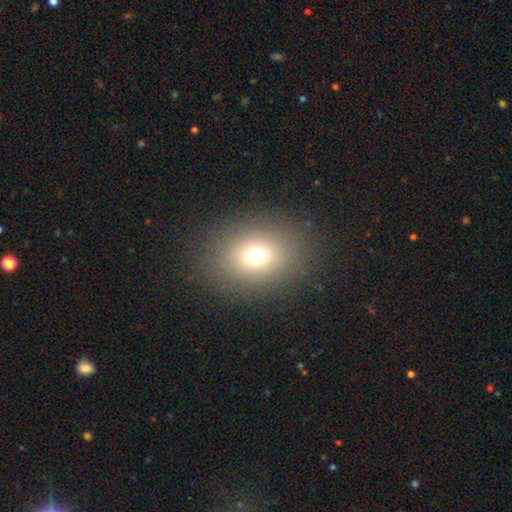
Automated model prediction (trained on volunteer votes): Morphology: type=smooth (71%); roundness=in between (51%); merging=none (86%).